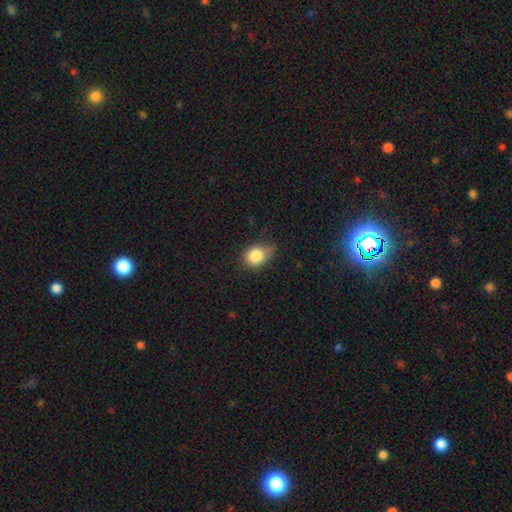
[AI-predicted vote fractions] Overall: smooth (83%). How rounded: round (52%; in between 46%). Merging: none (52%; minor disturbance 37%).